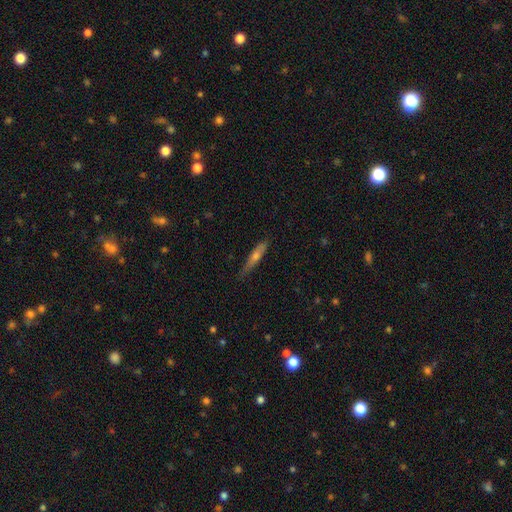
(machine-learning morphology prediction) smooth-or-featured: smooth: 48% | featured or disk: 45% | star or artifact: 7%
  merging: none: 78% | minor disturbance: 18% | major disturbance: 3% | merger: 1%